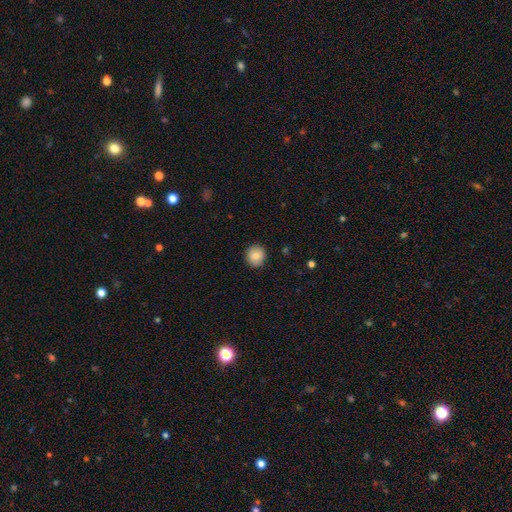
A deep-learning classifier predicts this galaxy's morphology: A smooth galaxy with no disk features (85%) that is round (89%). Merging: none (89%).